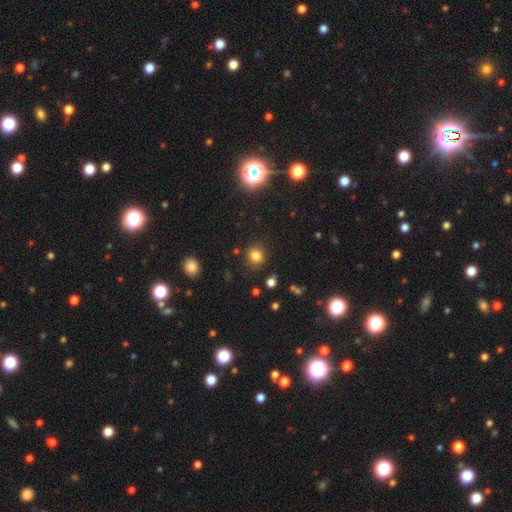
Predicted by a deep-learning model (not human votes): This appears to be a smooth galaxy with no disk features (80%) that is round (82%). Merging: none (86%).